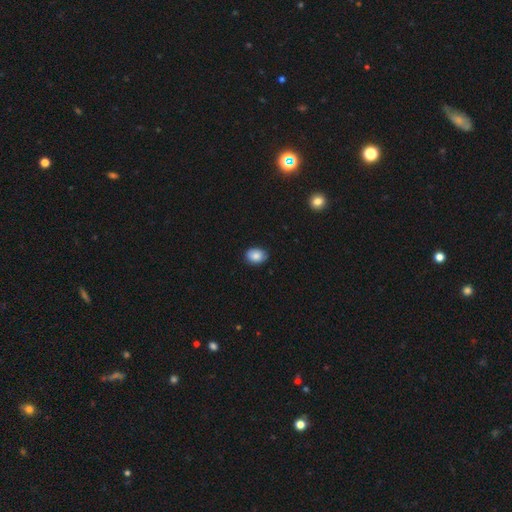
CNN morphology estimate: type=smooth (85%); roundness=in between (66%); merging=none (84%).